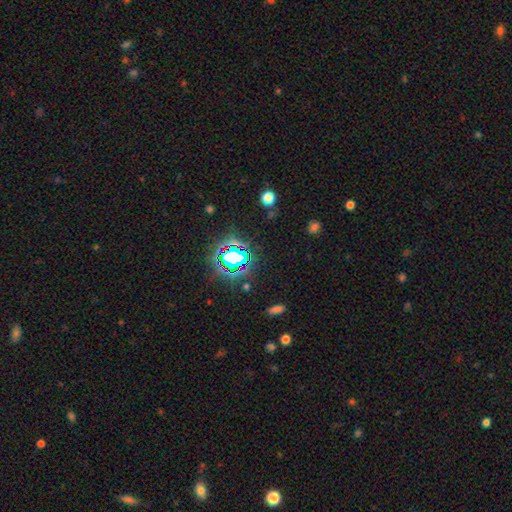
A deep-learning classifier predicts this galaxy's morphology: type=star or artifact (80%).